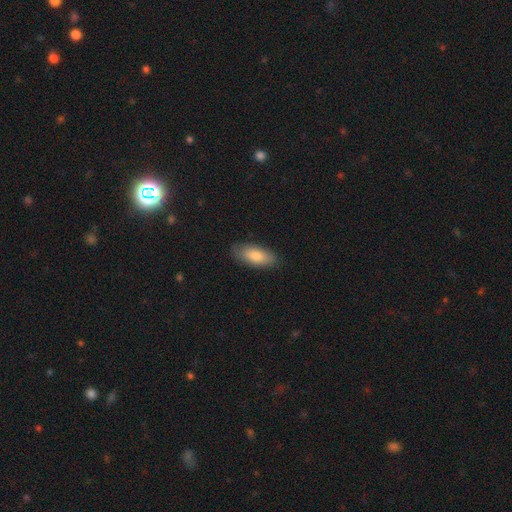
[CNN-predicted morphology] Smooth or featured? smooth (81%)
How rounded? in between (84%)
Merging? none (85%)